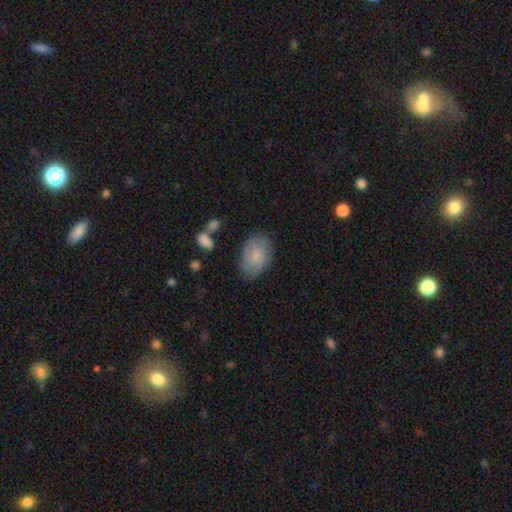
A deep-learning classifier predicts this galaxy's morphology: The model was most divided on "merging": none: 73%, minor disturbance: 19%, major disturbance: 5%, merger: 2%. More confident: how rounded — in between (83%); smooth or featured — smooth (74%).